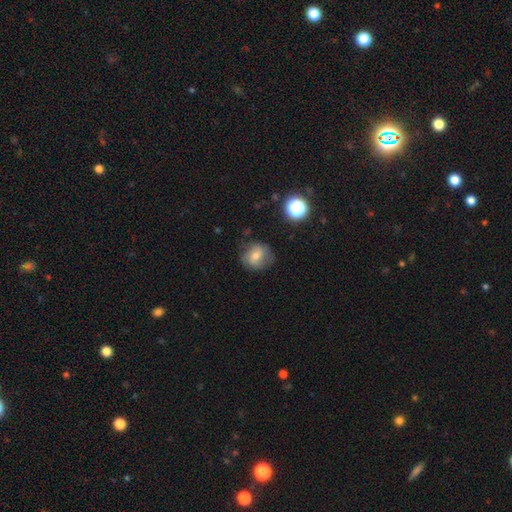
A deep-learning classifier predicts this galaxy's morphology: Smooth or featured? smooth (44%, tied with featured or disk)
Merging? none (71%)